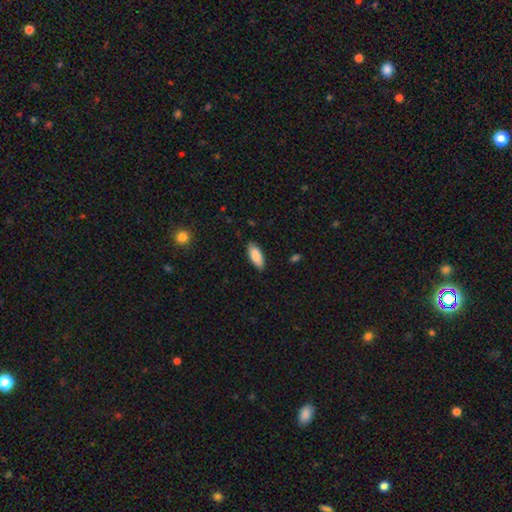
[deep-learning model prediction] Smooth or featured? Predicted: smooth (p=0.88). How rounded? Predicted: in between (p=0.83). Merging? Predicted: none (p=0.84).